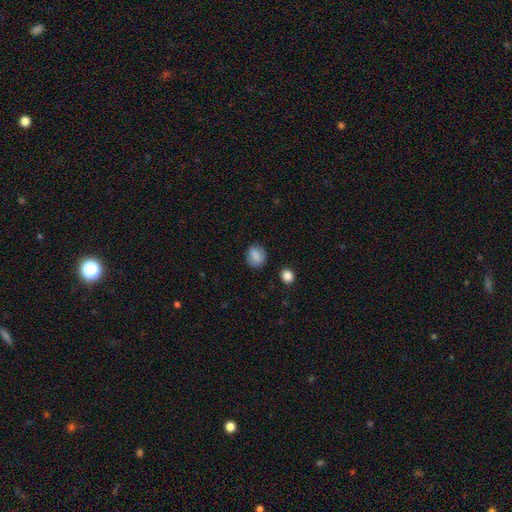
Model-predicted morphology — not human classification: The model was most divided on "how rounded": round: 61%, in between: 37%, cigar-shaped: 2%. More confident: smooth or featured — smooth (83%); merging — none (79%).